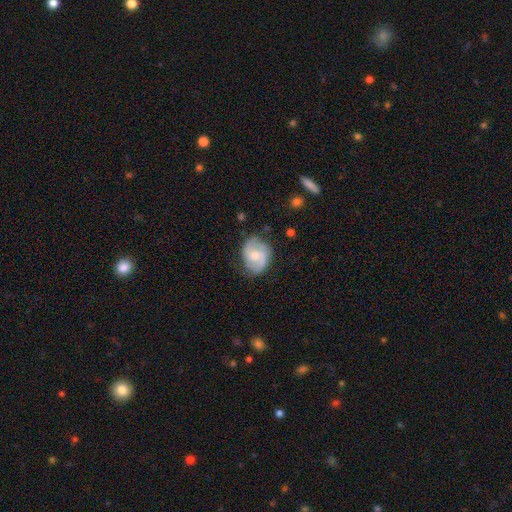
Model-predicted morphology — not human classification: Smooth or featured? featured or disk (61%)
Edge-on disk? no (97%)
Bar? no (48%)
Spiral arms? yes (86%)
Spiral winding? medium (44%)
Spiral arm count? 2 (82%)
Bulge size? moderate (57%)
Merging? none (69%)